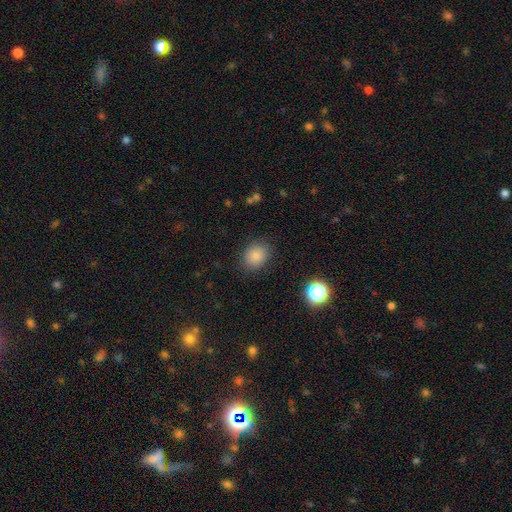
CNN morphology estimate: Smooth or featured?
  - smooth: 84% *
  - star or artifact: 10%
  - featured or disk: 6%
How rounded?
  - round: 57% *
  - in between: 42%
  - cigar-shaped: 1%
Merging?
  - none: 84% *
  - minor disturbance: 11%
  - major disturbance: 3%
  - merger: 1%